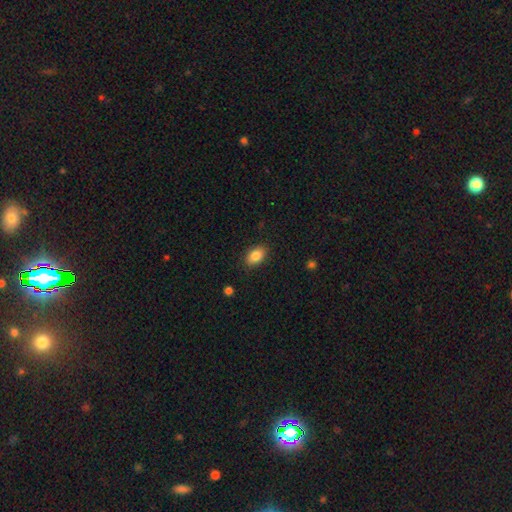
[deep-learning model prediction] Smooth or featured?
  - smooth: 85% *
  - star or artifact: 8%
  - featured or disk: 7%
How rounded?
  - in between: 89% *
  - round: 9%
  - cigar-shaped: 2%
Merging?
  - none: 88% *
  - minor disturbance: 9%
  - major disturbance: 2%
  - merger: 1%